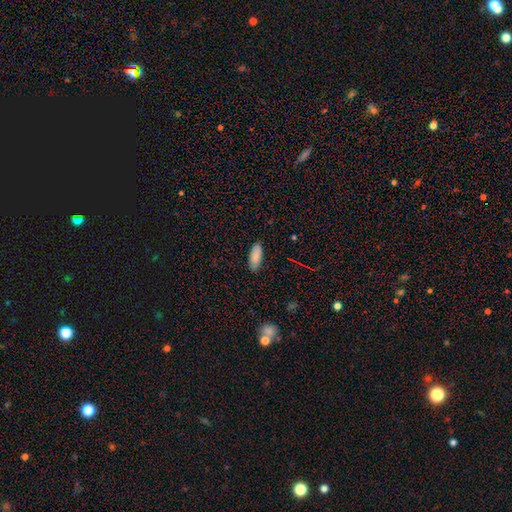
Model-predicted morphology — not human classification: Overall: smooth (86%). How rounded: in between (79%). Merging: none (88%).